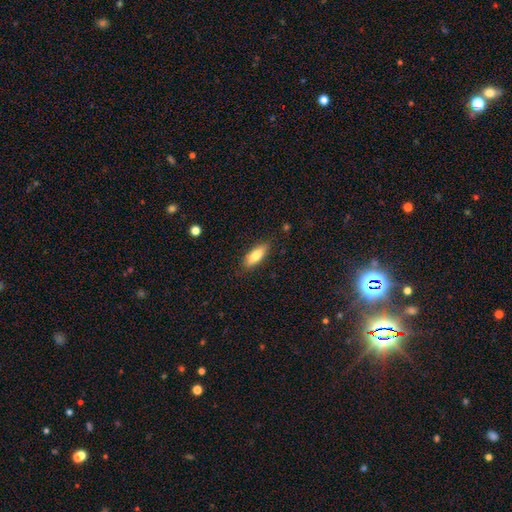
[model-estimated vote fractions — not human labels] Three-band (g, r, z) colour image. It shows a smooth galaxy with no disk features (77%) that is in between round and cigar-shaped (65%). Merging: none (85%).